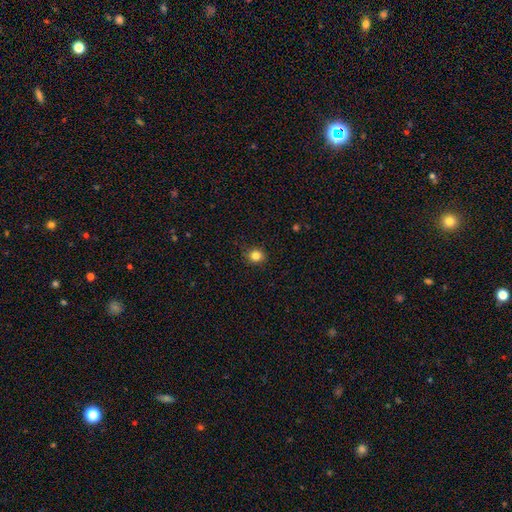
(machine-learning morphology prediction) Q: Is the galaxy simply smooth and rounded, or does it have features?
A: smooth — 84%.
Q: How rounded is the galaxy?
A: round — 83%.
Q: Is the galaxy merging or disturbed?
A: none — 88%.